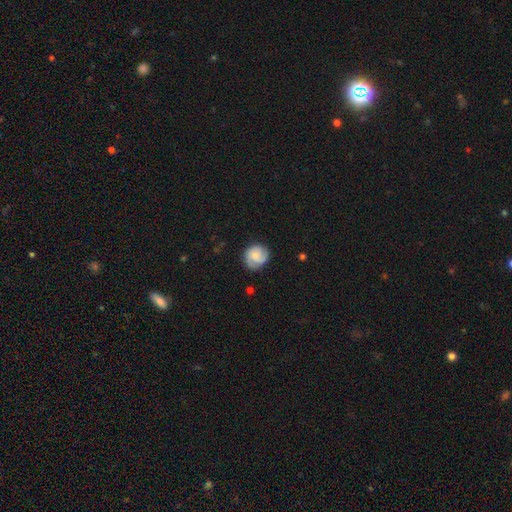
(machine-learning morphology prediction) Overall: smooth (53%; featured or disk 40%). How rounded: round (81%). Merging: none (76%).